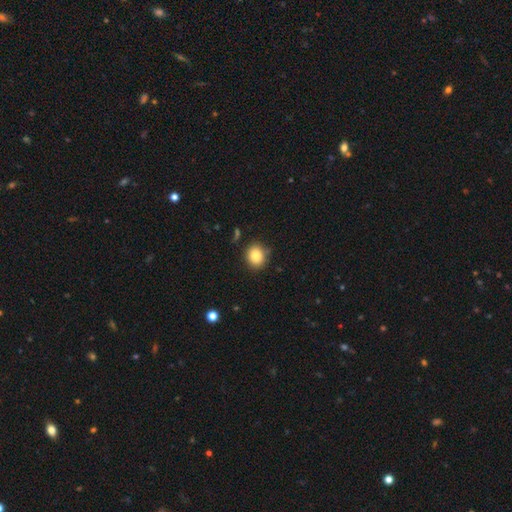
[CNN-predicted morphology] smooth-or-featured: smooth: 84% | star or artifact: 10% | featured or disk: 7%
  how-rounded: round: 75% | in between: 24% | cigar-shaped: 1%
  merging: none: 85% | minor disturbance: 10% | merger: 3% | major disturbance: 3%